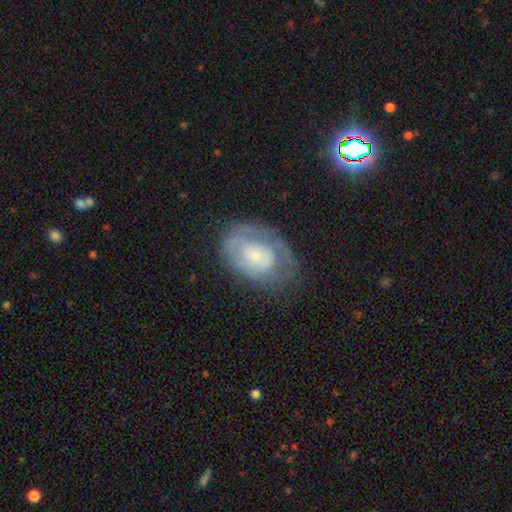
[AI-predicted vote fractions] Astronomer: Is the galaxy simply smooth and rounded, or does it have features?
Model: featured or disk — 60%.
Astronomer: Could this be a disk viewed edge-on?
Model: no — 95%.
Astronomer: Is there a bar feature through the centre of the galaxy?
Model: no — 70%.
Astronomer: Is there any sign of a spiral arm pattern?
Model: yes — 59% (runner-up: no, 41%).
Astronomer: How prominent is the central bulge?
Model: small — 60%.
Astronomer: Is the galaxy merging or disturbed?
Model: none — 58%.